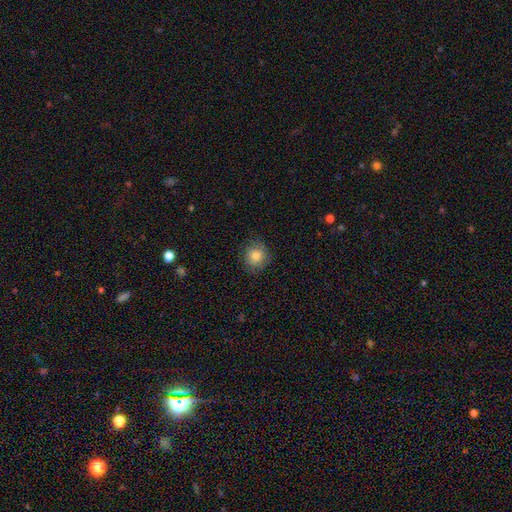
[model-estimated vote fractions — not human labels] Smooth or featured?
  - smooth: 80% *
  - featured or disk: 11%
  - star or artifact: 9%
How rounded?
  - round: 82% *
  - in between: 17%
  - cigar-shaped: 1%
Merging?
  - none: 80% *
  - minor disturbance: 15%
  - major disturbance: 4%
  - merger: 1%